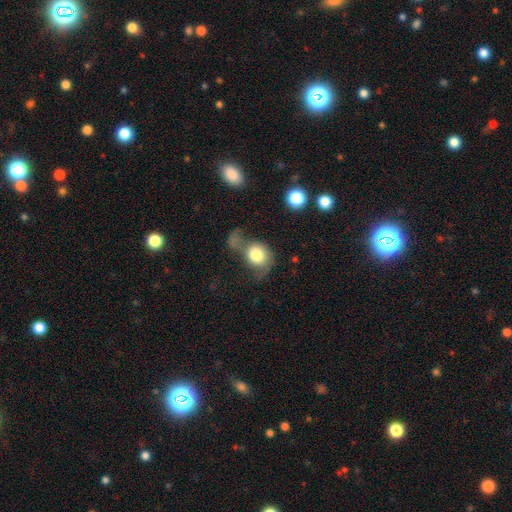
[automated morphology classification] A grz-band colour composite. It shows a smooth galaxy with no disk features (71%) that is round (61%). Merging: major disturbance (36%).